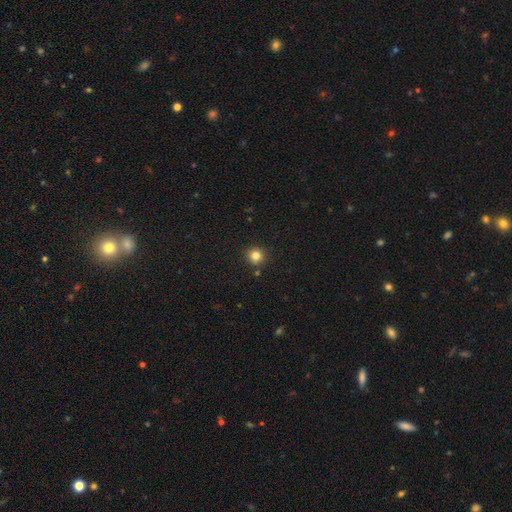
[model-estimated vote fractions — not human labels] smooth-or-featured: smooth: 80% | star or artifact: 13% | featured or disk: 6%
  how-rounded: round: 92% | in between: 7% | cigar-shaped: 1%
  merging: none: 86% | minor disturbance: 8% | merger: 4% | major disturbance: 2%